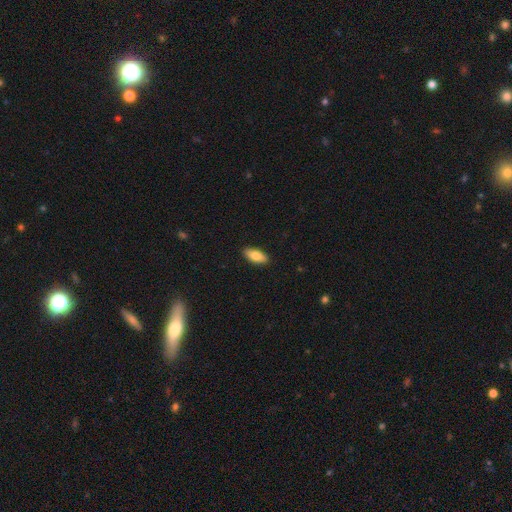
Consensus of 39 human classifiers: A smooth galaxy with no disk features (90%) that is in between round and cigar-shaped (89%).

Vote fractions:
- Smooth or featured? smooth: 90% / featured or disk: 10% / star or artifact: 0%
- How rounded? in between: 89% / cigar-shaped: 9% / round: 3%
- Merging? none: 90% / minor disturbance: 8% / major disturbance: 3% / merger: 0%